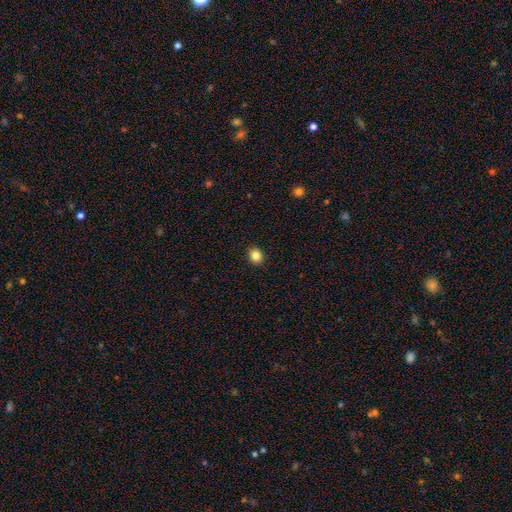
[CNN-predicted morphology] Smooth or featured?
  - smooth: 85% *
  - star or artifact: 10%
  - featured or disk: 5%
How rounded?
  - round: 64% *
  - in between: 35%
  - cigar-shaped: 1%
Merging?
  - none: 92% *
  - minor disturbance: 6%
  - major disturbance: 2%
  - merger: 1%